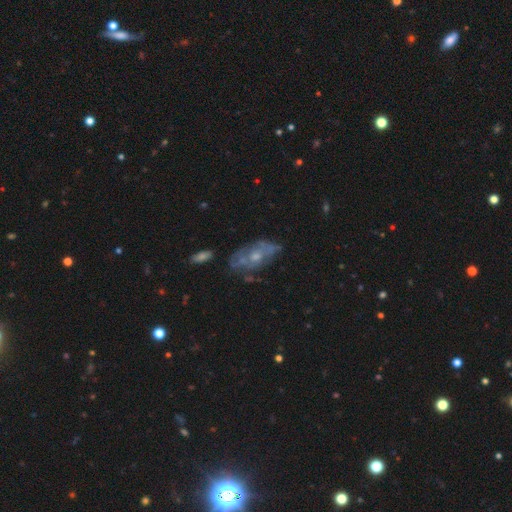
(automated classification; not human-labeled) The model was most divided on "bulge size": moderate: 50%, small: 41%, none: 5%, large: 3%, dominant: 1%. More confident: edge-on disk — no (90%); bar — no (84%); smooth or featured — featured or disk (64%); spiral arms — no (60%); merging — none (59%).